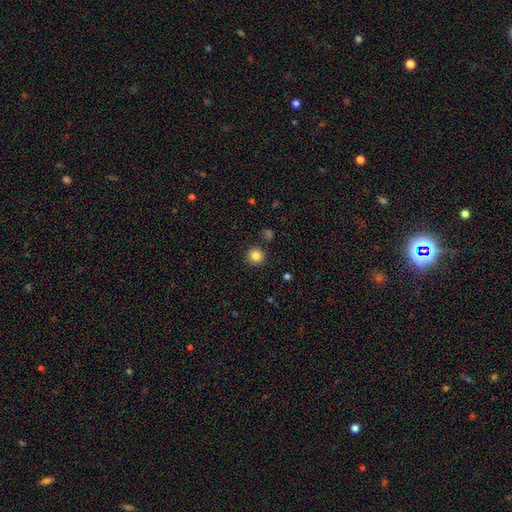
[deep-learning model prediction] Smooth or featured: smooth — 84% (star or artifact — 11%)
How rounded: round — 94% (in between — 5%)
Merging: none — 90% (minor disturbance — 6%)